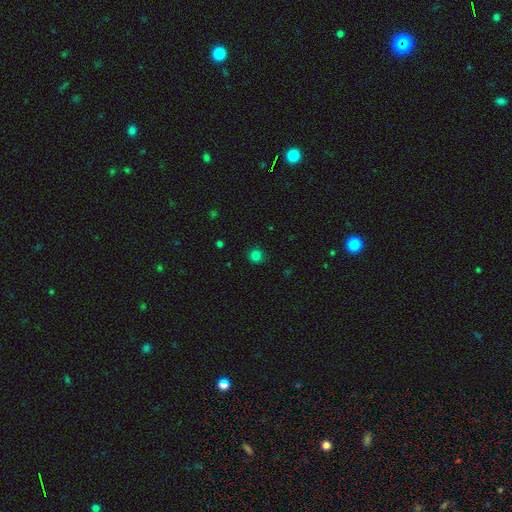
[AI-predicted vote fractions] Overall: smooth (81%). How rounded: round (93%). Merging: none (90%).